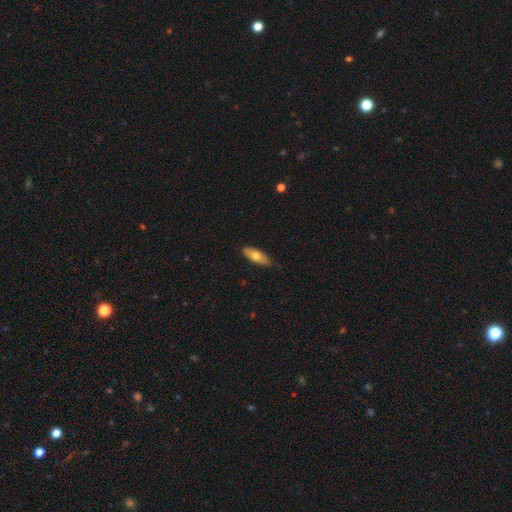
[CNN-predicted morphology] This appears to be a smooth galaxy with no disk features (67%) that is in between round and cigar-shaped (70%). Merging: none (85%).